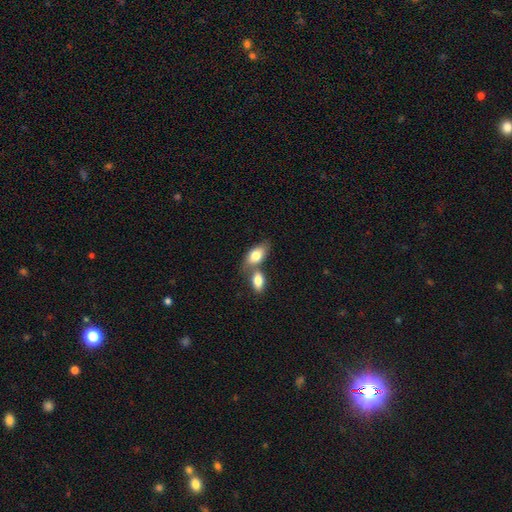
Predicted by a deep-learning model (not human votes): smooth 79%, featured or disk 15%, star or artifact 6%. Down the decision tree: how rounded — in between (89%); merging — merger (52%).